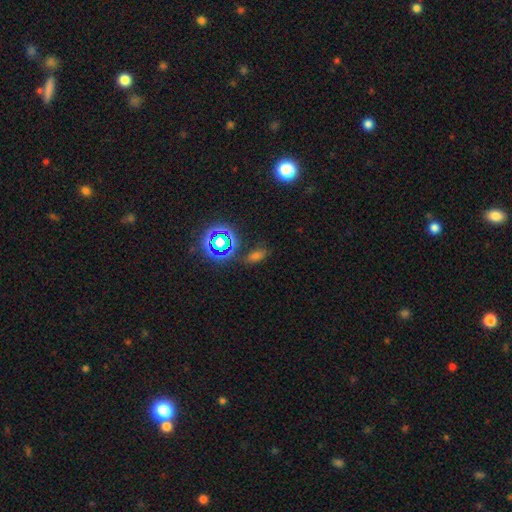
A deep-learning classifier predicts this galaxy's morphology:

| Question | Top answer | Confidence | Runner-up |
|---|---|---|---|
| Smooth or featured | smooth | 50% | star or artifact (40%) |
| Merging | none | 76% | minor disturbance (14%) |